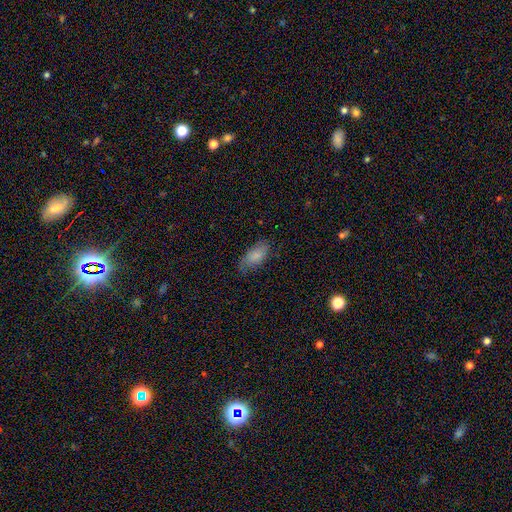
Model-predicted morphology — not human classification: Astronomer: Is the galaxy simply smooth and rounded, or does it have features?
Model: smooth — 80%.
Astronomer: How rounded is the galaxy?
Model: in between — 91%.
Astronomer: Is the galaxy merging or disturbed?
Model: none — 66%.